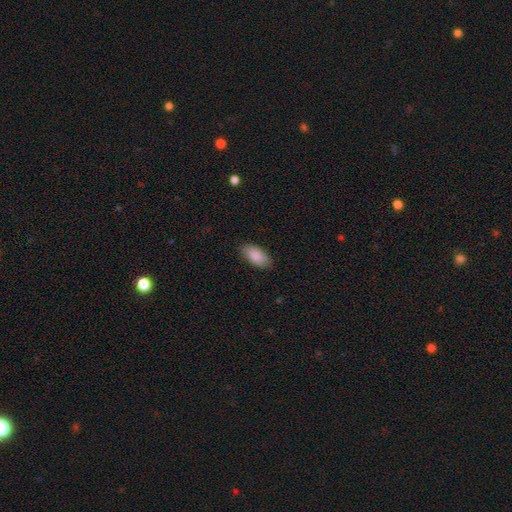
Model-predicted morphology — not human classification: Smooth or featured?
  - smooth: 89% *
  - star or artifact: 6%
  - featured or disk: 5%
How rounded?
  - in between: 92% *
  - cigar-shaped: 6%
  - round: 2%
Merging?
  - none: 86% *
  - minor disturbance: 11%
  - major disturbance: 2%
  - merger: 1%